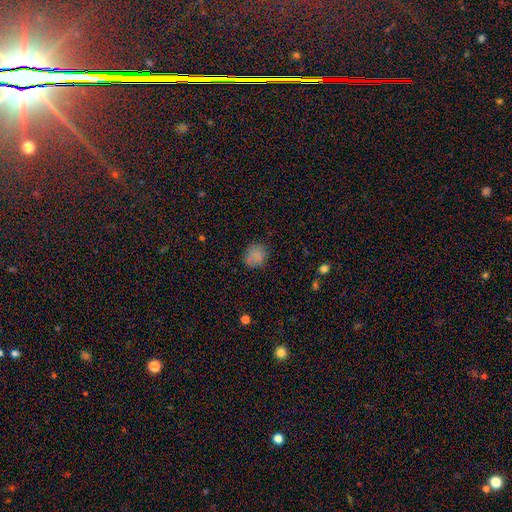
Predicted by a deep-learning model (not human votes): Smooth or featured?
  - smooth: 78% *
  - star or artifact: 15%
  - featured or disk: 7%
How rounded?
  - round: 73% *
  - in between: 26%
  - cigar-shaped: 1%
Merging?
  - none: 78% *
  - minor disturbance: 15%
  - major disturbance: 5%
  - merger: 2%